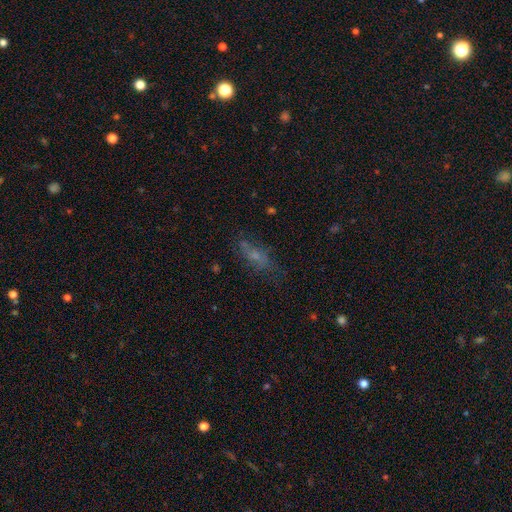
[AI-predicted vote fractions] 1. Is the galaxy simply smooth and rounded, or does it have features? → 47% smooth, 35% featured or disk, 18% star or artifact.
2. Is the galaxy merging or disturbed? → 58% none, 23% minor disturbance, 16% major disturbance, 3% merger.